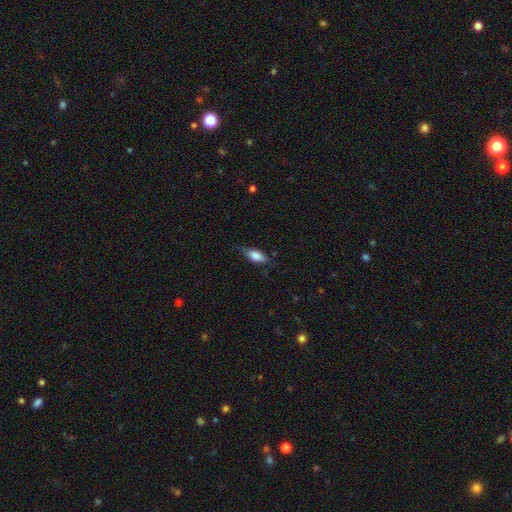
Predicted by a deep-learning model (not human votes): Morphology: type=smooth (78%); roundness=in between (81%); merging=none (66%).